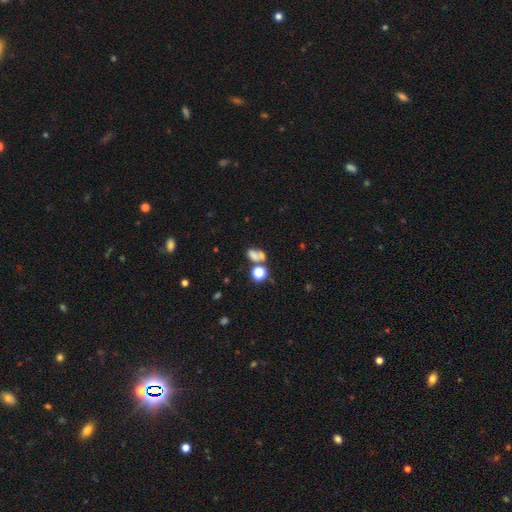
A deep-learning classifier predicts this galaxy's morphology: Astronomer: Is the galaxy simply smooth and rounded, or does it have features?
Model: smooth — 61%.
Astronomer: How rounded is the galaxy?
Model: in between — 64%.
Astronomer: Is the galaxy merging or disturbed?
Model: merger — 44% (runner-up: none, 32%).